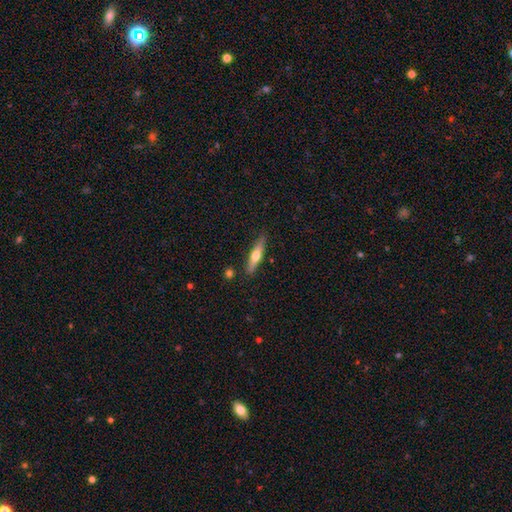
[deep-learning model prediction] Smooth or featured? featured or disk (50%)
Edge-on disk? yes (93%)
Merging? none (86%)